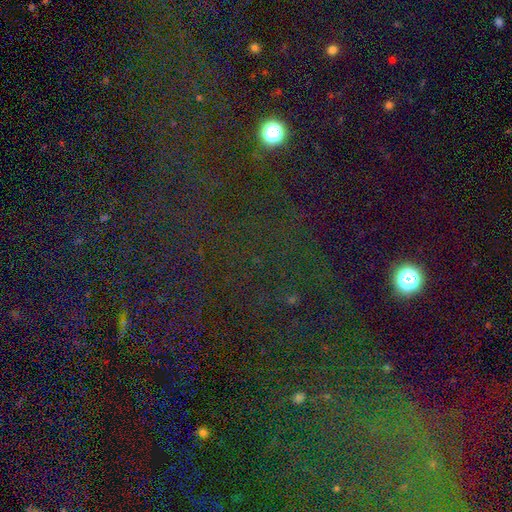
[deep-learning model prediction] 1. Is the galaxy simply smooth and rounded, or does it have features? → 77% star or artifact, 14% smooth, 9% featured or disk.